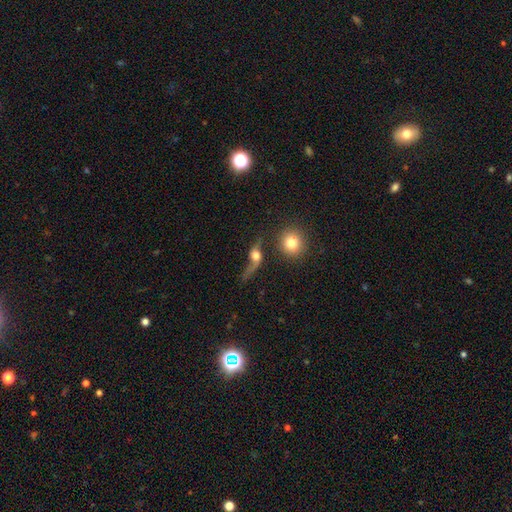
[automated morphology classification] featured or disk 58%, smooth 30%, star or artifact 11%. Down the decision tree: edge-on disk — no (82%); merging — none (36%).